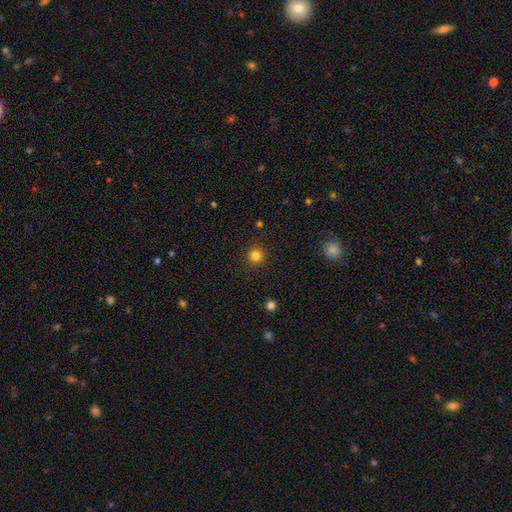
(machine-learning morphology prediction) smooth 82%, star or artifact 13%, featured or disk 4%. Down the decision tree: how rounded — round (95%); merging — none (92%).